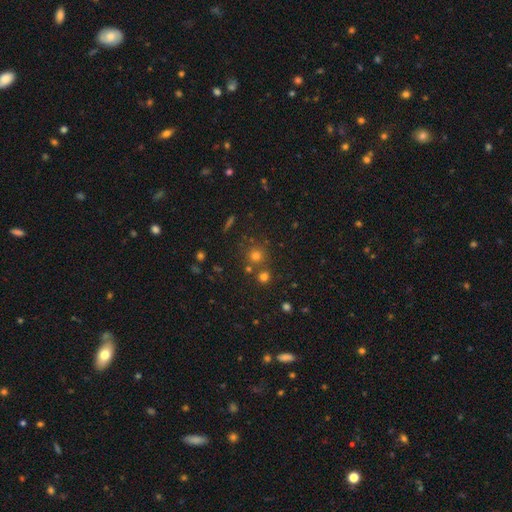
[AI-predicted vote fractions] smooth 70%, star or artifact 21%, featured or disk 9%. Down the decision tree: how rounded — round (92%); merging — none (71%).